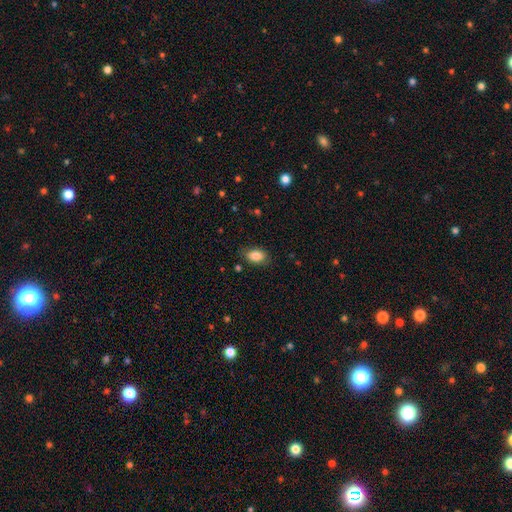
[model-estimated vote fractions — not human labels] smooth_or_featured: smooth (p=0.86) [alt: star or artifact p=0.08]
how_rounded: in between (p=0.89) [alt: round p=0.09]
merging: none (p=0.80) [alt: minor disturbance p=0.15]